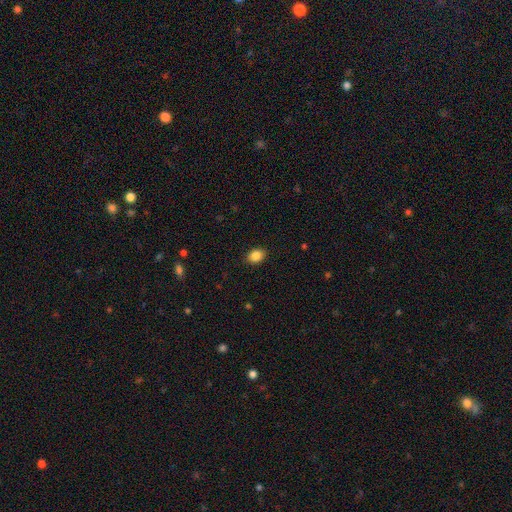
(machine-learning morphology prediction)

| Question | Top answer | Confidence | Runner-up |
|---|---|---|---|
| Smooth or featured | smooth | 86% | star or artifact (9%) |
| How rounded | in between | 64% | round (35%) |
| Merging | none | 89% | minor disturbance (8%) |